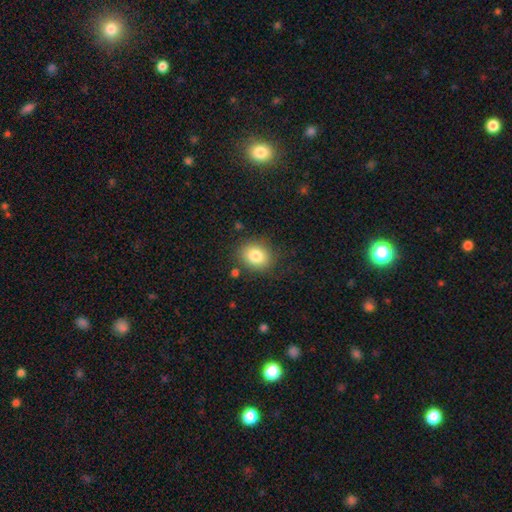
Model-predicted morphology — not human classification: type=smooth (82%); roundness=round (56%); merging=none (82%).